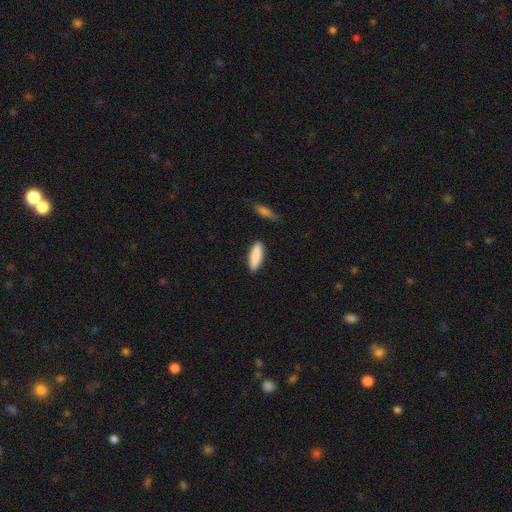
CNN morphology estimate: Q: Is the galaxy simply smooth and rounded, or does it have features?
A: smooth — 88%.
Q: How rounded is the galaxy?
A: cigar-shaped — 53%.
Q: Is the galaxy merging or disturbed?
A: none — 87%.